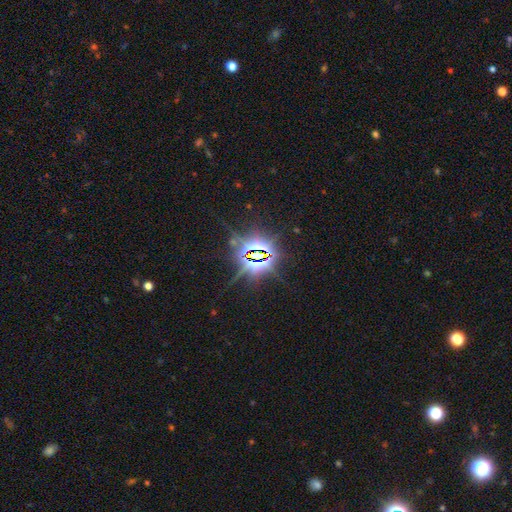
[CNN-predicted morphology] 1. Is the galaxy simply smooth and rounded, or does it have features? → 85% star or artifact, 8% featured or disk, 7% smooth.